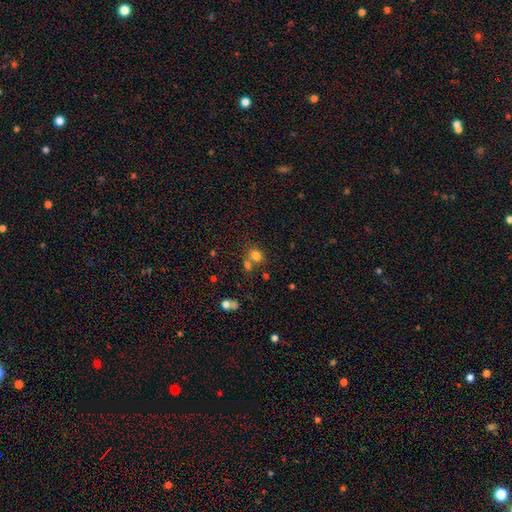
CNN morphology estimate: A smooth galaxy with no disk features (77%) that is round (65%). Merging: none (50%).